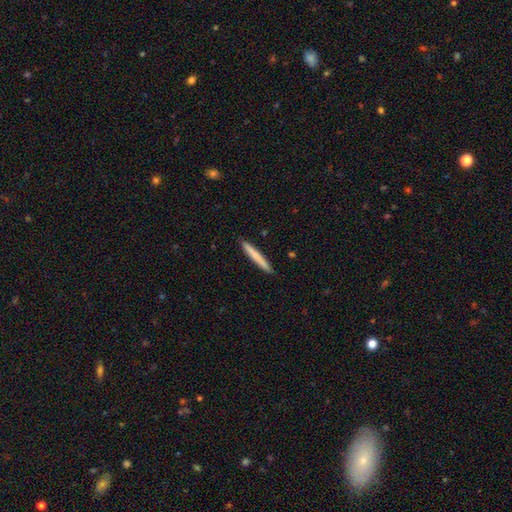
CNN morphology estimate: Smooth or featured: smooth — 74% (featured or disk — 21%)
How rounded: cigar-shaped — 96% (in between — 2%)
Merging: none — 92% (minor disturbance — 6%)